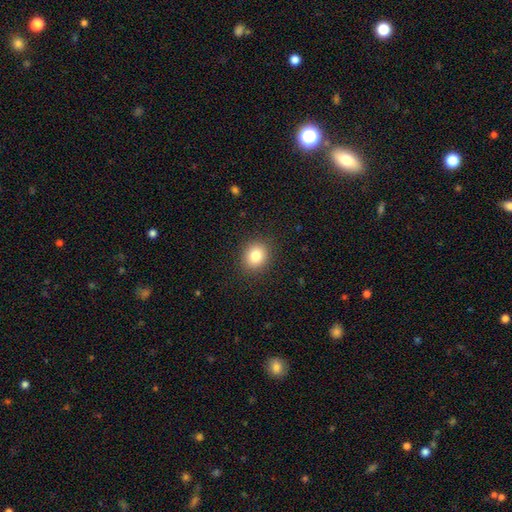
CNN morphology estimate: Smooth or featured? Predicted: smooth (p=0.82). How rounded? Predicted: round (p=0.75). Merging? Predicted: none (p=0.89).